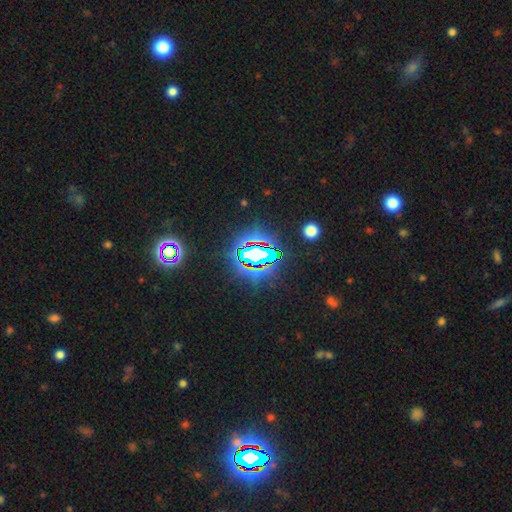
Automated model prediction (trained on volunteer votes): This is likely a star or artifact rather than a galaxy (76%).